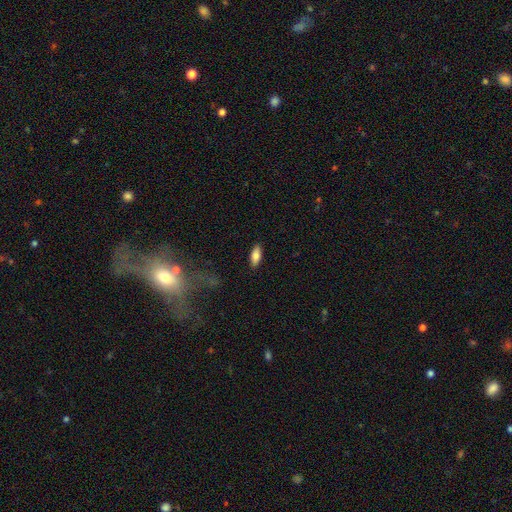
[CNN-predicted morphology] smooth_or_featured: smooth (p=0.78) [alt: featured or disk p=0.15]
how_rounded: in between (p=0.77) [alt: cigar-shaped p=0.21]
merging: none (p=0.88) [alt: minor disturbance p=0.08]